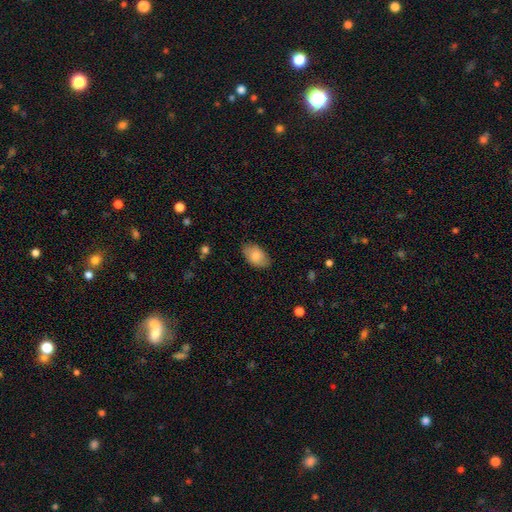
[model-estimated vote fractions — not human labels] This is clearly a smooth galaxy (81%). How rounded: clearly in between (93%). Merging: clearly none (81%).